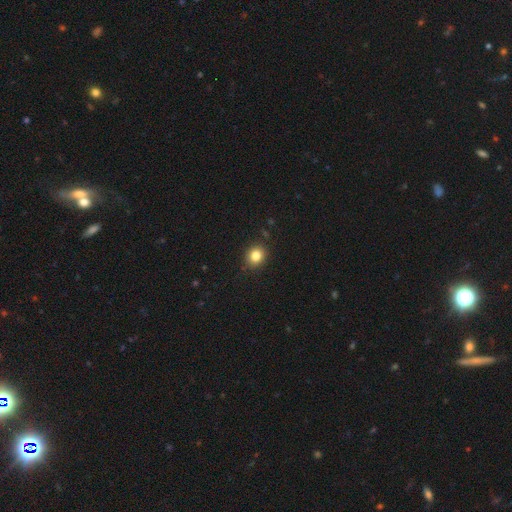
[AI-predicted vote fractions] smooth-or-featured: smooth: 83% | star or artifact: 11% | featured or disk: 6%
  how-rounded: round: 71% | in between: 28% | cigar-shaped: 1%
  merging: none: 89% | minor disturbance: 8% | major disturbance: 2% | merger: 1%